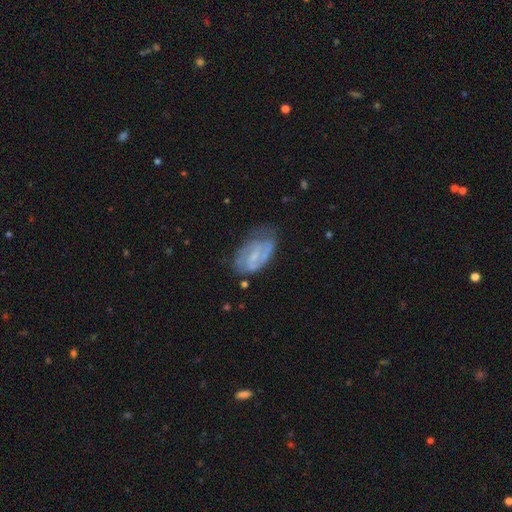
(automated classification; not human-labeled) Smooth or featured? Predicted: featured or disk (p=0.71). Edge-on disk? Predicted: no (p=0.96). Bar? Predicted: weak (p=0.52). Spiral arms? Predicted: yes (p=0.83). Spiral winding? Predicted: medium (p=0.43). Spiral arm count? Predicted: 2 (p=0.59). Bulge size? Predicted: small (p=0.52). Merging? Predicted: none (p=0.56).